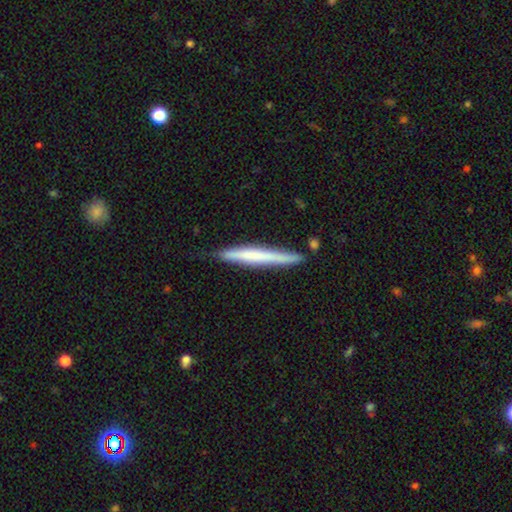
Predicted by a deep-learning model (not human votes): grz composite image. It shows a smooth galaxy with no disk features (53%) that is cigar-shaped (96%). Merging: none (79%).